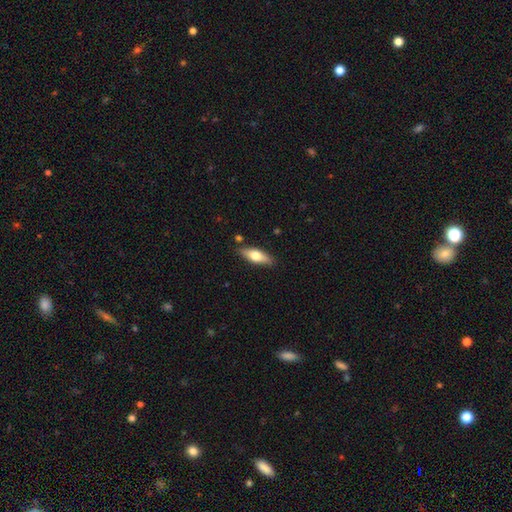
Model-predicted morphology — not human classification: Smooth or featured: smooth — 62% (featured or disk — 32%)
How rounded: in between — 59% (cigar-shaped — 38%)
Merging: none — 83% (minor disturbance — 12%)